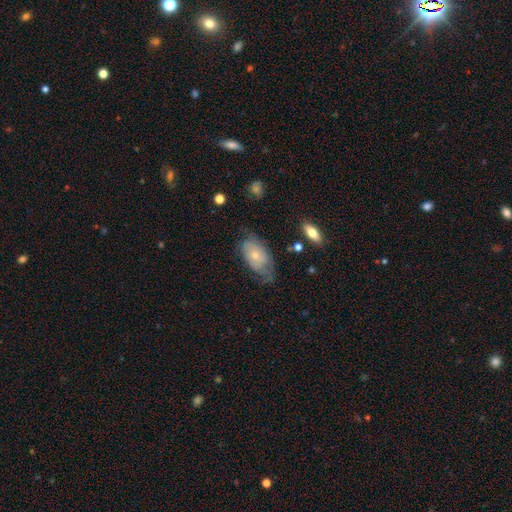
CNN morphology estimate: The model was most divided on "smooth or featured": smooth: 52%, featured or disk: 40%, star or artifact: 7%. Remaining: how rounded — in between (91%); merging — none (47%).